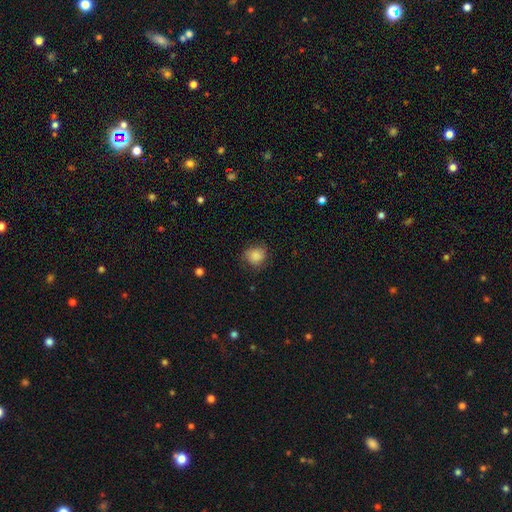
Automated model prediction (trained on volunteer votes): Morphology: type=smooth (86%); roundness=round (74%); merging=none (74%).